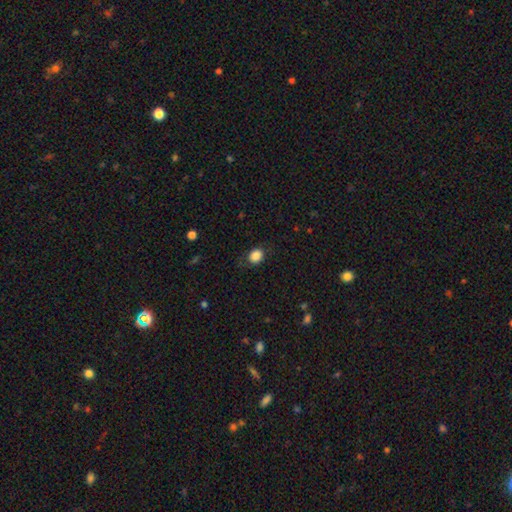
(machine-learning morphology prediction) This is clearly a smooth galaxy (86%). How rounded: likely round (61%). Merging: clearly none (82%).